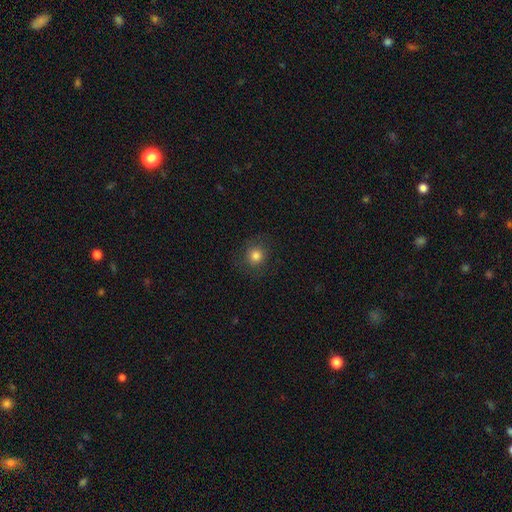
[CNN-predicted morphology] This is clearly a smooth galaxy (81%). How rounded: clearly round (89%). Merging: clearly none (86%).